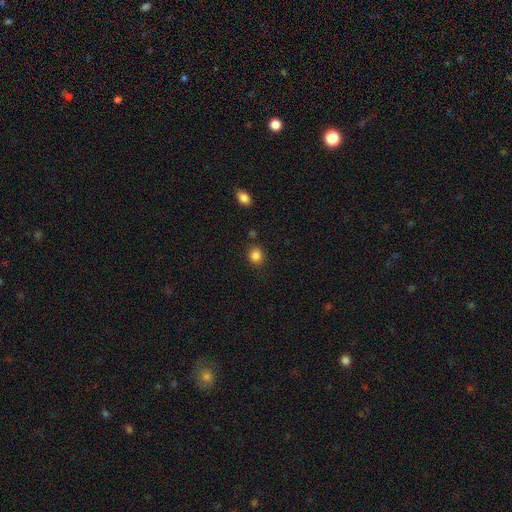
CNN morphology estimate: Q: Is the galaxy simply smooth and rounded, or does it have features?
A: smooth — 85%.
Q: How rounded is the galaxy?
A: round — 74%.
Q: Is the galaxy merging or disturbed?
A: none — 84%.